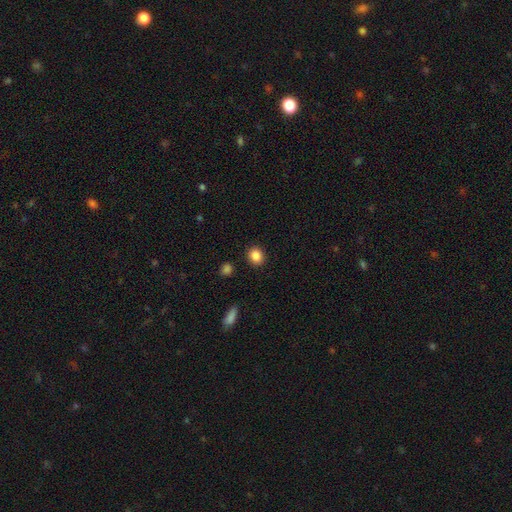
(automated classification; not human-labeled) Q: Smooth or featured?
A: smooth (87%); runner-up: star or artifact (10%)
Q: How rounded?
A: round (70%); runner-up: in between (29%)
Q: Merging?
A: none (90%); runner-up: minor disturbance (6%)